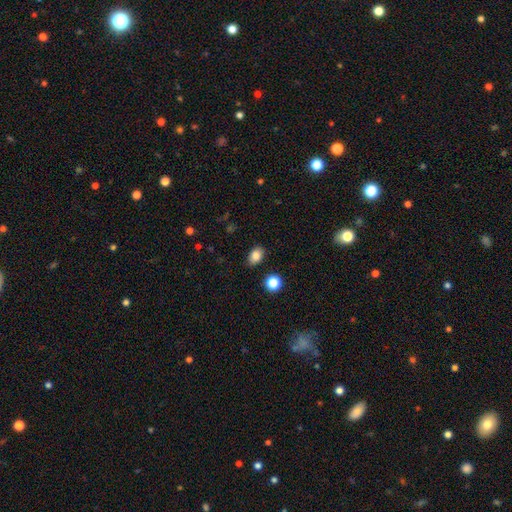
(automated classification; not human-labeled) smooth-or-featured: smooth: 84% | star or artifact: 10% | featured or disk: 6%
  how-rounded: in between: 80% | round: 19% | cigar-shaped: 1%
  merging: none: 86% | minor disturbance: 9% | major disturbance: 2% | merger: 2%